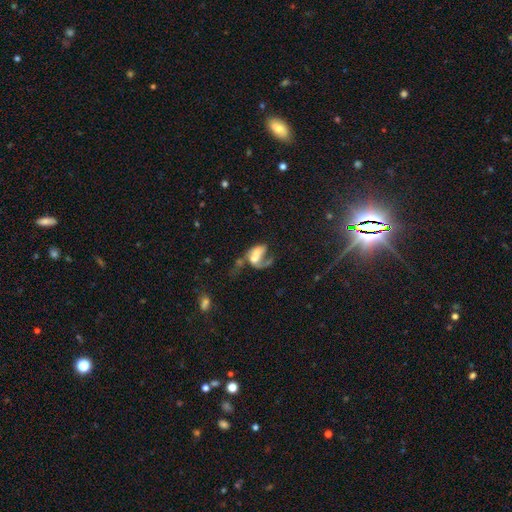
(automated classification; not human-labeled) This appears to be a featured or disk galaxy (51%). Merging: merger (46%).